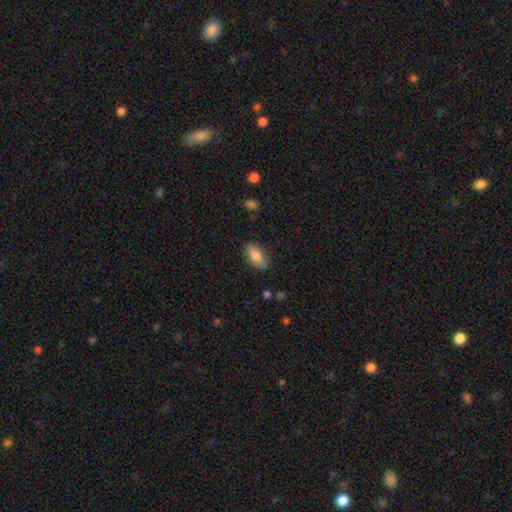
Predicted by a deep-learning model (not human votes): Smooth or featured? smooth (82%)
How rounded? in between (87%)
Merging? none (81%)